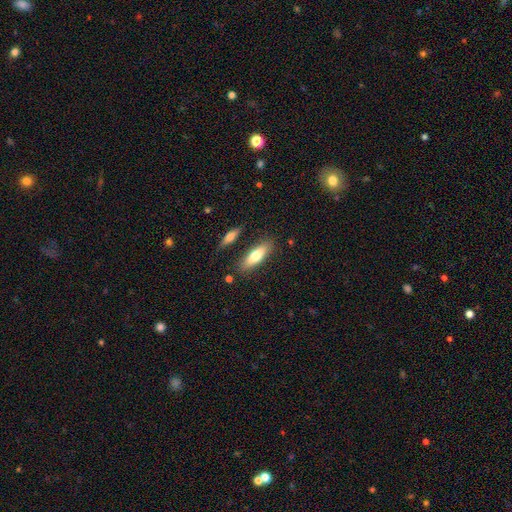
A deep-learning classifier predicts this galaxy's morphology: This appears to be a smooth galaxy with no disk features (73%) that is in between round and cigar-shaped (53%). Merging: none (81%).